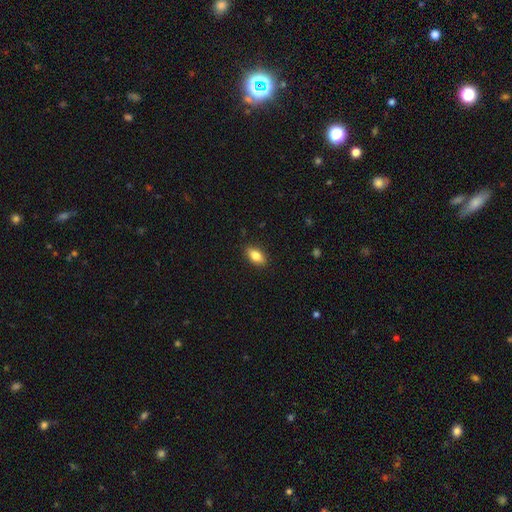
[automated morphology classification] Overall: smooth (82%). How rounded: in between (88%). Merging: none (88%).